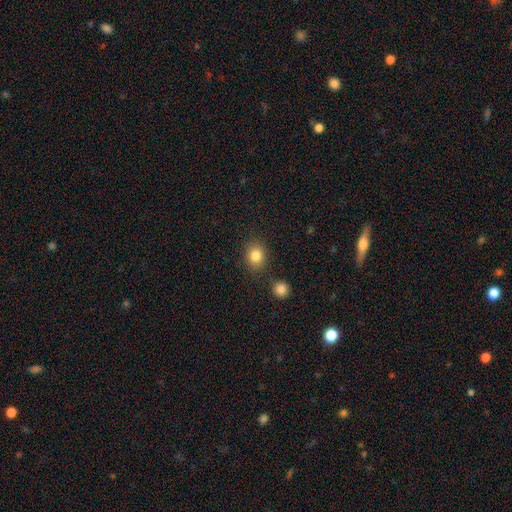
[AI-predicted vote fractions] Smooth or featured? smooth (83%)
How rounded? round (63%)
Merging? none (83%)